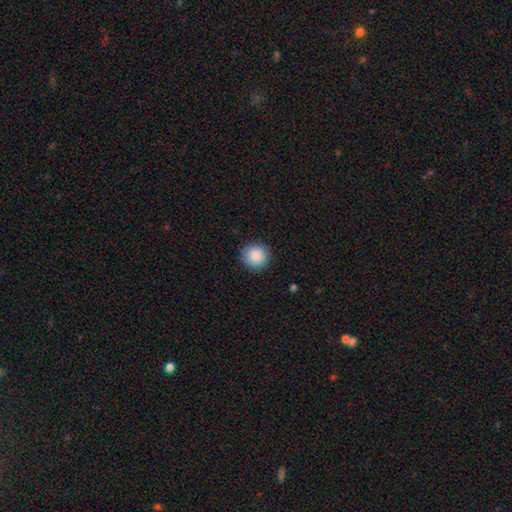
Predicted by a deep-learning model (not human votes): Q: Smooth or featured?
A: smooth (89%); runner-up: star or artifact (8%)
Q: How rounded?
A: round (94%); runner-up: in between (5%)
Q: Merging?
A: none (91%); runner-up: minor disturbance (6%)